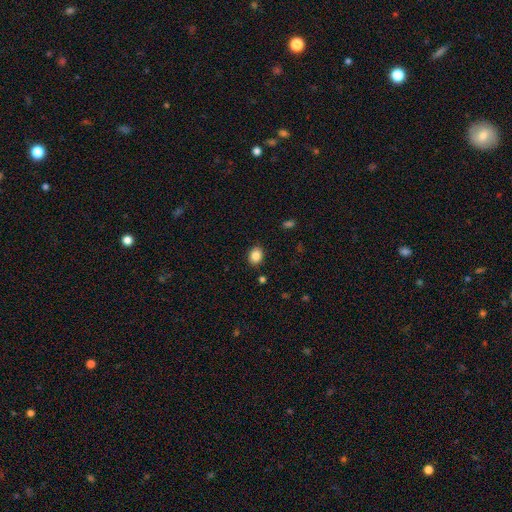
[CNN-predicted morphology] This appears to be a smooth galaxy with no disk features (85%) that is in between round and cigar-shaped (54%). Merging: none (88%).